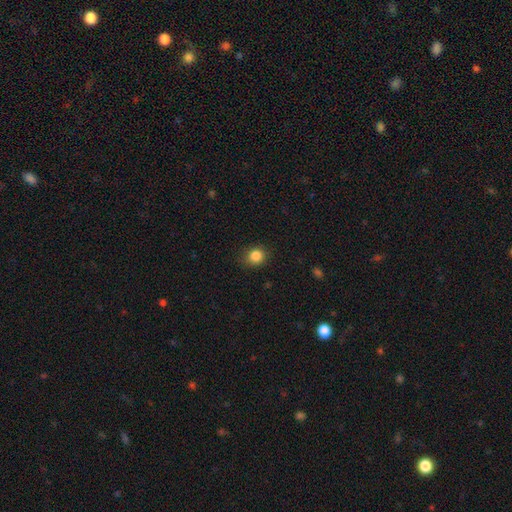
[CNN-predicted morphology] The model was most divided on "how rounded": round: 78%, in between: 22%, cigar-shaped: 1%. More confident: smooth or featured — smooth (85%); merging — none (83%).